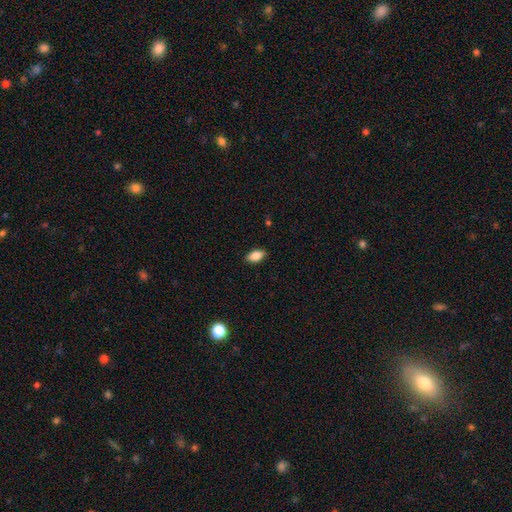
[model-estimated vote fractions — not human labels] smooth-or-featured: smooth: 83% | featured or disk: 9% | star or artifact: 8%
  how-rounded: in between: 91% | round: 5% | cigar-shaped: 4%
  merging: none: 88% | minor disturbance: 9% | major disturbance: 2% | merger: 1%